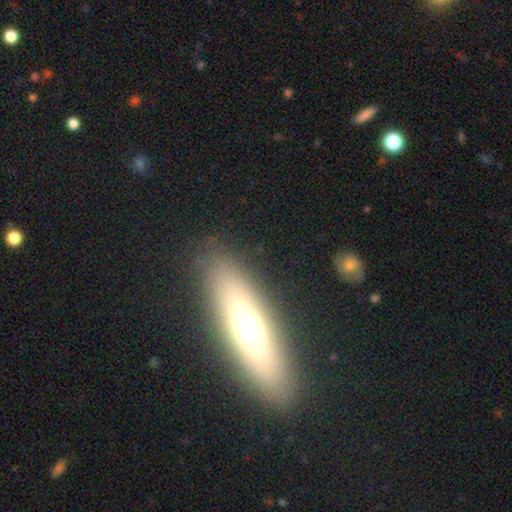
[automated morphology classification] A smooth galaxy with no disk features (52%) that is cigar-shaped (70%).

Vote fractions:
- Smooth or featured? smooth: 52% / featured or disk: 40% / star or artifact: 8%
- How rounded? cigar-shaped: 70% / in between: 27% / round: 3%
- Merging? none: 89% / minor disturbance: 8% / major disturbance: 2% / merger: 1%